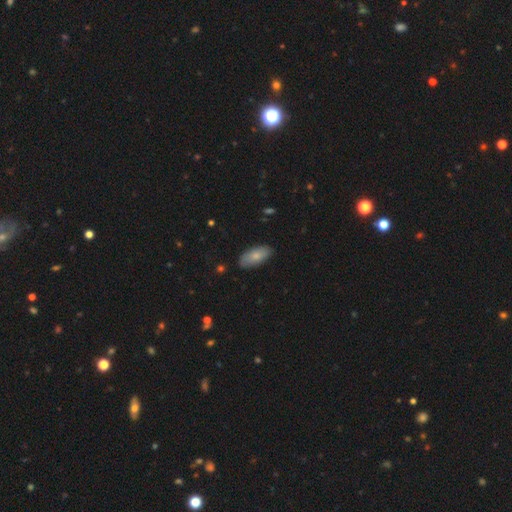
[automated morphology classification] This appears to be a smooth galaxy with no disk features (79%) that is in between round and cigar-shaped (89%). Merging: none (85%).